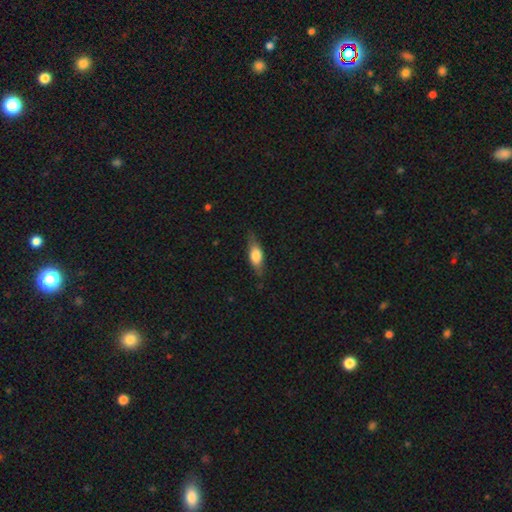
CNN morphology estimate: A smooth galaxy with no disk features (64%) that is in between round and cigar-shaped (69%).

Vote fractions:
- Smooth or featured? smooth: 64% / featured or disk: 29% / star or artifact: 7%
- How rounded? in between: 69% / cigar-shaped: 27% / round: 4%
- Merging? none: 75% / minor disturbance: 19% / major disturbance: 5% / merger: 1%